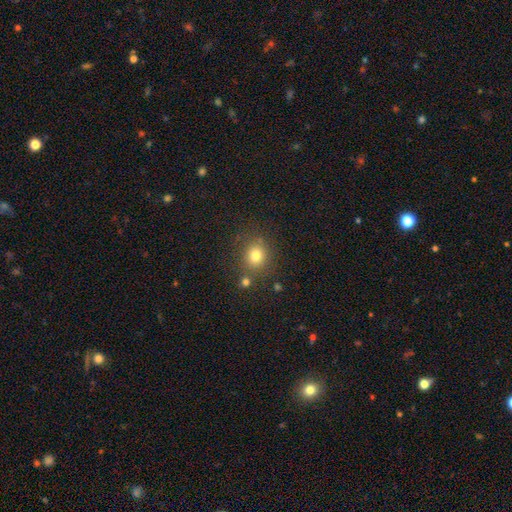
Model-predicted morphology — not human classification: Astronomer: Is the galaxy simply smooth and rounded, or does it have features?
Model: smooth — 78%.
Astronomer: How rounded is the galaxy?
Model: round — 80%.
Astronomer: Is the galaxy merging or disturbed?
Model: none — 76%.